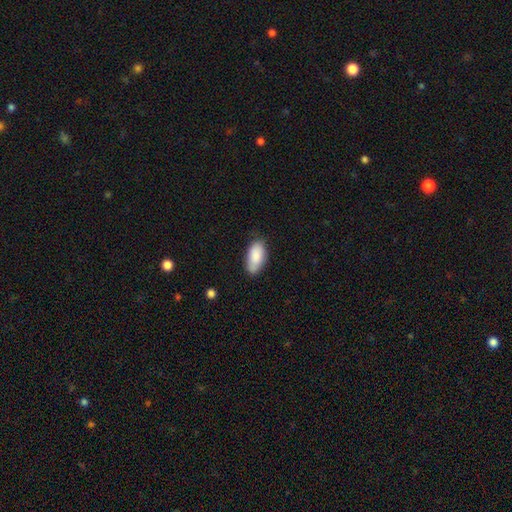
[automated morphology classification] This appears to be a smooth galaxy with no disk features (87%) that is in between round and cigar-shaped (93%). Merging: none (76%).